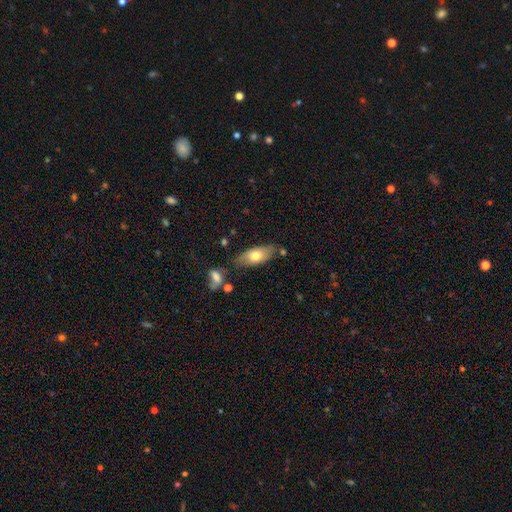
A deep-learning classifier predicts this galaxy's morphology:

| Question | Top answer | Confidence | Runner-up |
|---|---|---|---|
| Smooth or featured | smooth | 69% | featured or disk (25%) |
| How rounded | in between | 82% | cigar-shaped (15%) |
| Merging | none | 72% | minor disturbance (18%) |